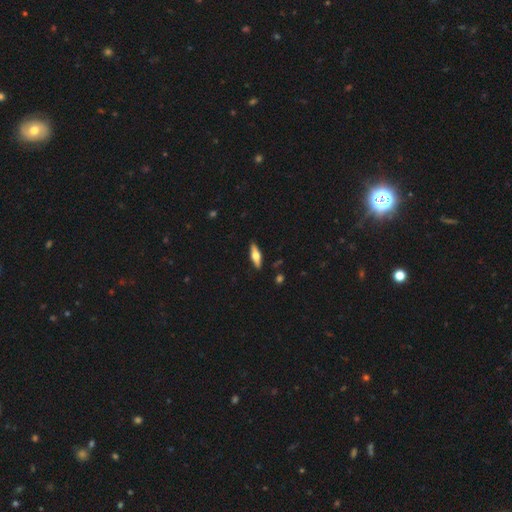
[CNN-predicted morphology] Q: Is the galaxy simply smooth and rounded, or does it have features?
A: featured or disk — 51%.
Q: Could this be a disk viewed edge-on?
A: yes — 92%.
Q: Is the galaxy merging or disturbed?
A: none — 89%.